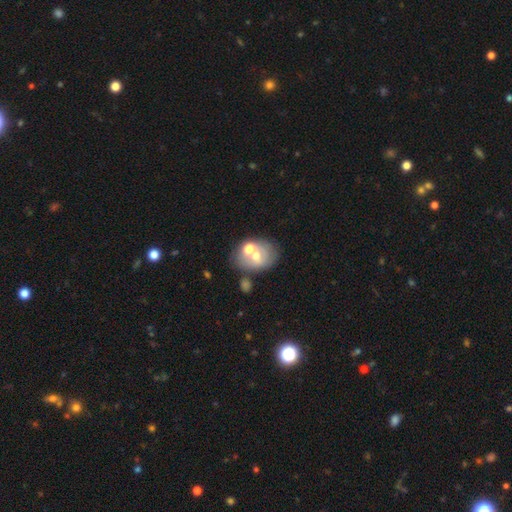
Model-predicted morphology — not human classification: smooth-or-featured: smooth: 49% | featured or disk: 40% | star or artifact: 11%
  merging: none: 41% | merger: 38% | minor disturbance: 14% | major disturbance: 8%